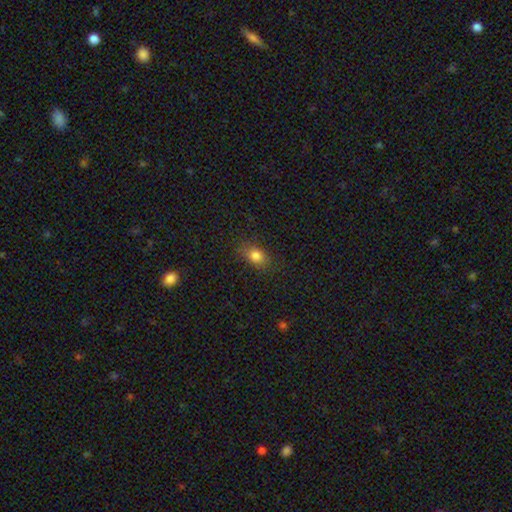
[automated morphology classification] This is clearly a smooth galaxy (81%). How rounded: likely in between (69%). Merging: clearly none (81%).